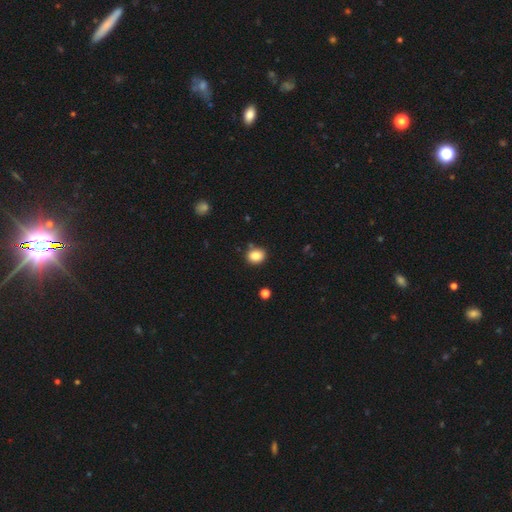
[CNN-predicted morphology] Smooth or featured? smooth (85%)
How rounded? round (60%)
Merging? none (82%)